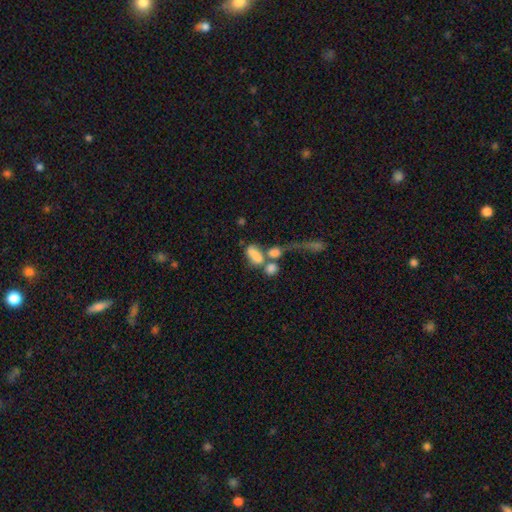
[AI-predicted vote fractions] Overall: smooth (72%). How rounded: in between (83%). Merging: merger (59%).